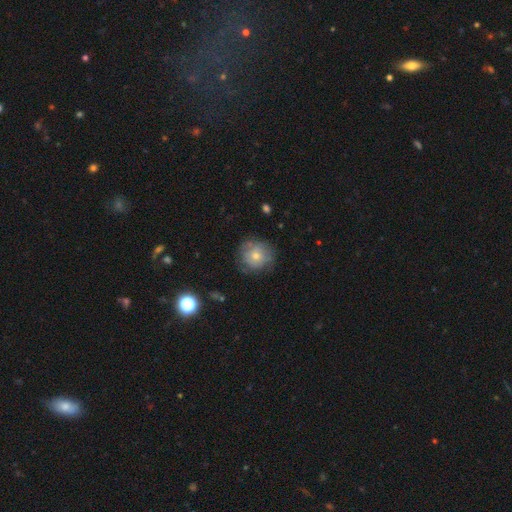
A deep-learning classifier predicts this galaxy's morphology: Smooth or featured: smooth — 54% (featured or disk — 34%)
How rounded: round — 91% (in between — 8%)
Merging: none — 75% (minor disturbance — 17%)